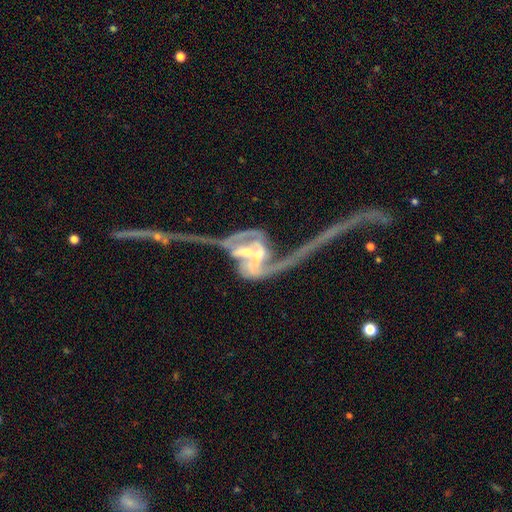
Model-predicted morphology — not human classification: A featured or disk galaxy (88%) with a strong bar (43%), 2 (82%) loose (70%) spiral arms (88%) and a small central bulge (38%).

Vote fractions:
- Smooth or featured? featured or disk: 88% / smooth: 6% / star or artifact: 6%
- Edge-on disk? no: 91% / yes: 9%
- Bar? strong: 43% / weak: 34% / no: 24%
- Spiral arms? yes: 88% / no: 12%
- Spiral winding? loose: 70% / medium: 21% / tight: 10%
- Spiral arm count? 2: 82% / can't tell: 7% / 1: 6% / 3: 2% / 4: 2% / more than 4: 2%
- Bulge size? small: 38% / moderate: 36% / none: 16% / large: 7% / dominant: 2%
- Merging? merger: 44% / major disturbance: 30% / none: 18% / minor disturbance: 8%